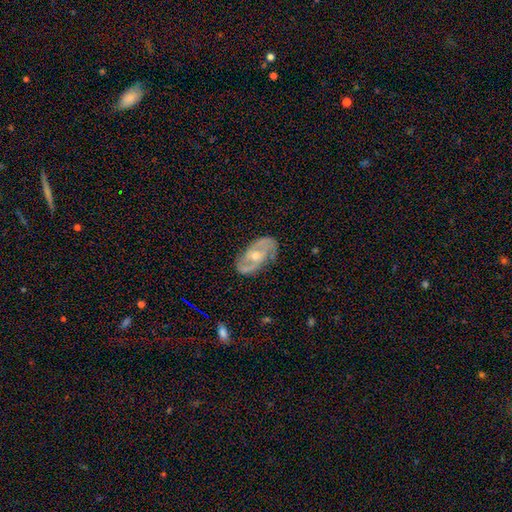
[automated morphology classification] featured or disk 82%, smooth 12%, star or artifact 6%. Down the decision tree: edge-on disk — no (95%); bar — no (54%); spiral arms — yes (91%); spiral arm count — 2 (81%); spiral winding — medium (48%); bulge size — moderate (62%); merging — none (76%).